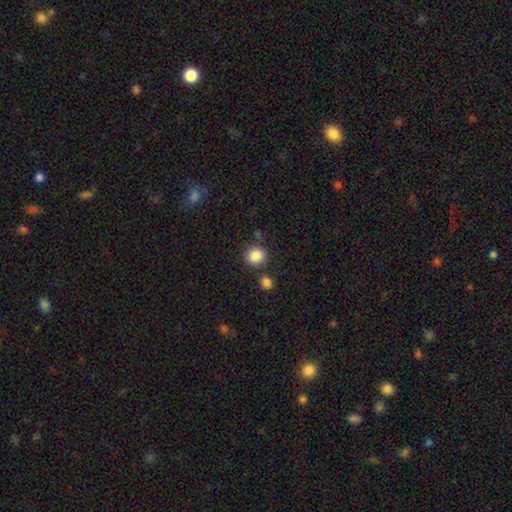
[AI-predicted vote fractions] Smooth or featured? Predicted: smooth (p=0.86). How rounded? Predicted: round (p=0.83). Merging? Predicted: none (p=0.78).